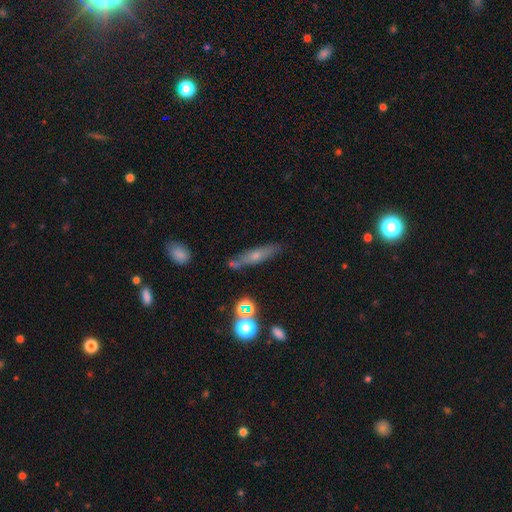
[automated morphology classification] smooth-or-featured: smooth: 46% | featured or disk: 43% | star or artifact: 11%
  merging: none: 71% | minor disturbance: 16% | merger: 8% | major disturbance: 4%